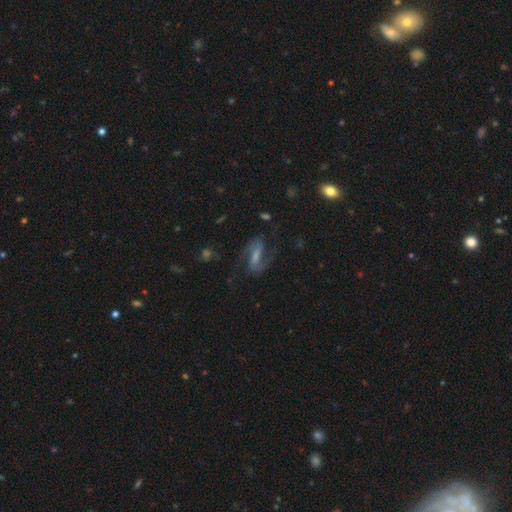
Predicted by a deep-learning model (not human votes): Smooth or featured?
  - featured or disk: 81% *
  - smooth: 11%
  - star or artifact: 7%
Edge-on disk?
  - no: 96% *
  - yes: 4%
Bar?
  - strong: 46% *
  - weak: 40%
  - no: 14%
Spiral arms?
  - yes: 95% *
  - no: 5%
Spiral winding?
  - medium: 51% *
  - loose: 37%
  - tight: 12%
Spiral arm count?
  - 2: 91% *
  - can't tell: 3%
  - 1: 2%
  - 3: 1%
  - 4: 1%
  - more than 4: 1%
Bulge size?
  - small: 34% *
  - moderate: 33%
  - none: 20%
  - large: 11%
  - dominant: 2%
Merging?
  - none: 68% *
  - minor disturbance: 15%
  - major disturbance: 15%
  - merger: 2%